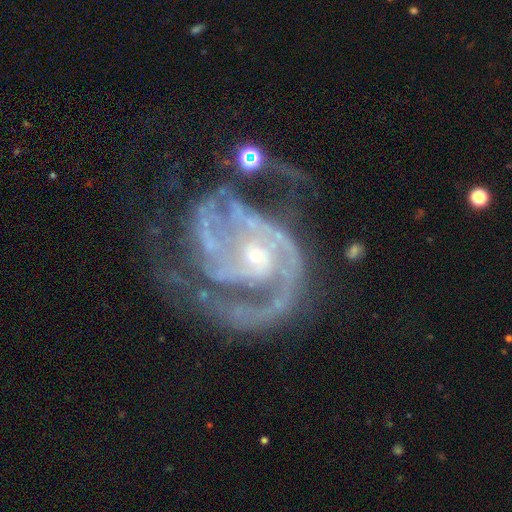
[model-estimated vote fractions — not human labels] Smooth or featured? featured or disk (92%)
Edge-on disk? no (98%)
Bar? no (62%)
Spiral arms? yes (98%)
Spiral winding? medium (45%)
Spiral arm count? 2 (51%)
Bulge size? small (74%)
Merging? none (43%)